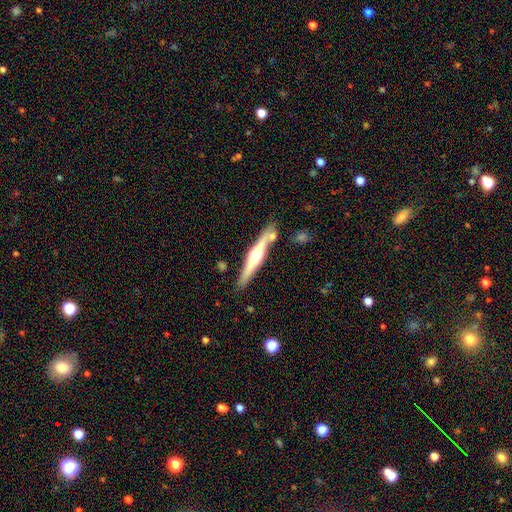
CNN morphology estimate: Smooth or featured? Predicted: featured or disk (p=0.67). Edge-on disk? Predicted: yes (p=0.97). Edge-on bulge? Predicted: rounded (p=0.91). Merging? Predicted: none (p=0.80).